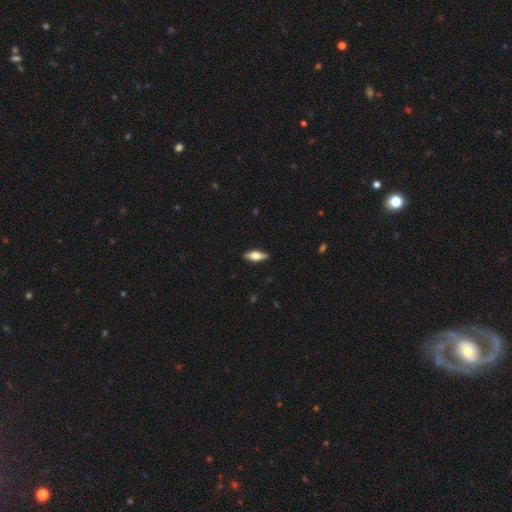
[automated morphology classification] Smooth or featured? Predicted: smooth (p=0.54). How rounded? Predicted: in between (p=0.69). Merging? Predicted: none (p=0.89).